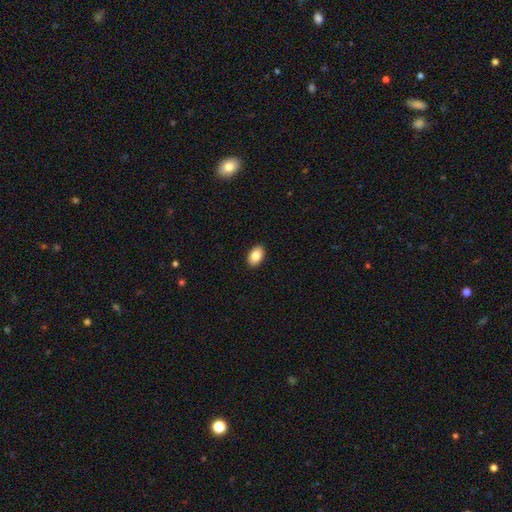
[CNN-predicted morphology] This is clearly a smooth galaxy (85%). How rounded: clearly in between (90%). Merging: clearly none (91%).